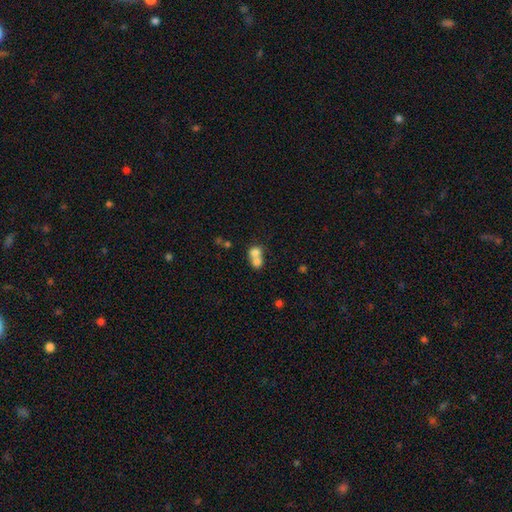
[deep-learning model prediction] A smooth galaxy with no disk features (73%) that is round (65%). Merging: merger (72%).